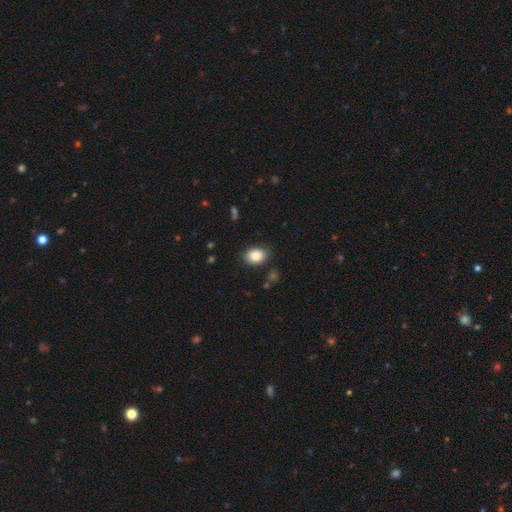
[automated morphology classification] Q: Smooth or featured?
A: smooth (87%); runner-up: star or artifact (8%)
Q: How rounded?
A: in between (73%); runner-up: round (26%)
Q: Merging?
A: none (86%); runner-up: minor disturbance (9%)